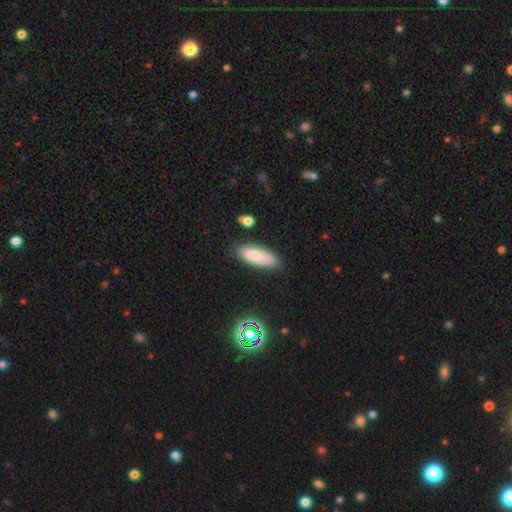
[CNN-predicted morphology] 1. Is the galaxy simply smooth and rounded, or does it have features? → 81% smooth, 12% featured or disk, 7% star or artifact.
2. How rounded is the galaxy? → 72% in between, 26% cigar-shaped, 2% round.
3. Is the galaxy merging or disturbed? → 75% none, 19% minor disturbance, 4% major disturbance, 3% merger.